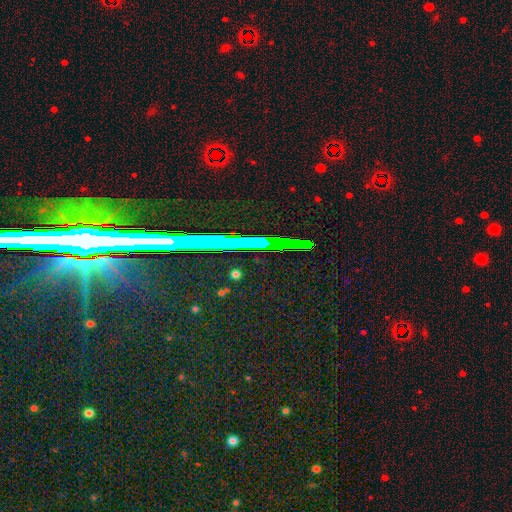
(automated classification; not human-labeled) star or artifact 80%, featured or disk 12%, smooth 8%.